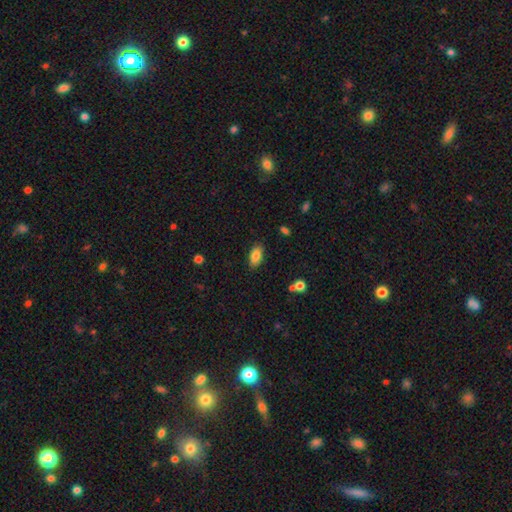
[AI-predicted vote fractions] Smooth or featured?
  - smooth: 84% *
  - featured or disk: 8%
  - star or artifact: 8%
How rounded?
  - in between: 91% *
  - cigar-shaped: 4%
  - round: 4%
Merging?
  - none: 85% *
  - minor disturbance: 11%
  - major disturbance: 2%
  - merger: 2%